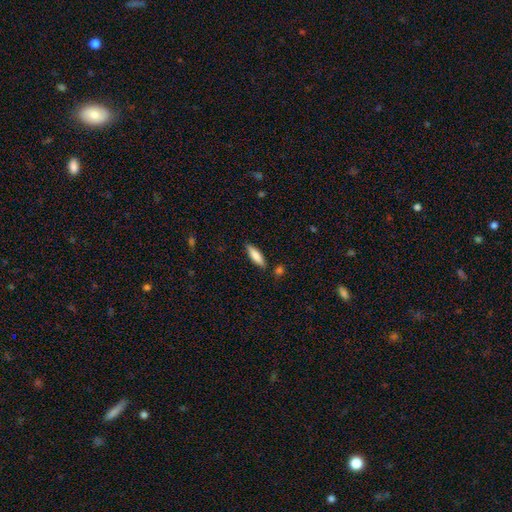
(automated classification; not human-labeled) A smooth galaxy with no disk features (78%) that is cigar-shaped (62%). Merging: none (85%).